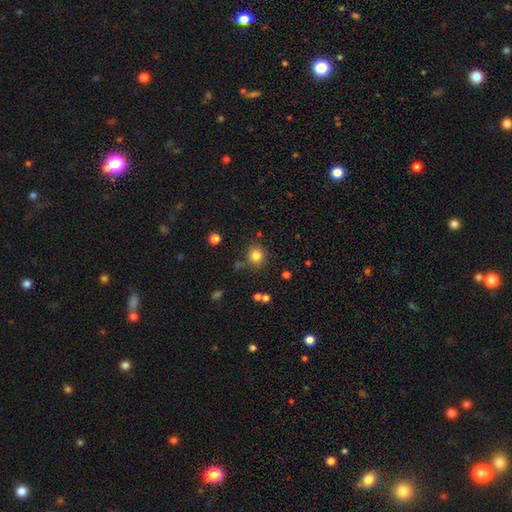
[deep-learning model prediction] Q: Smooth or featured?
A: smooth (81%); runner-up: star or artifact (13%)
Q: How rounded?
A: round (85%); runner-up: in between (14%)
Q: Merging?
A: none (83%); runner-up: minor disturbance (9%)